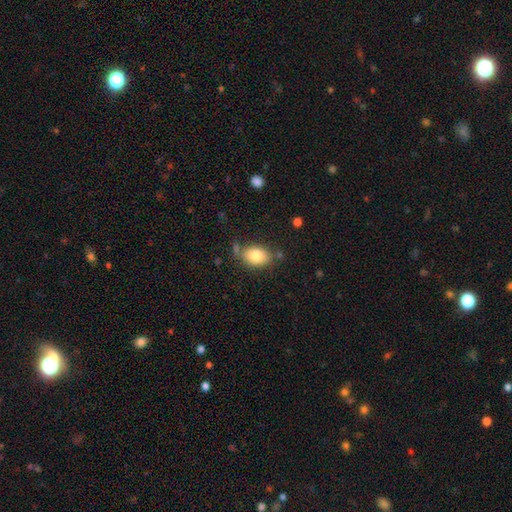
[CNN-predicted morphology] A smooth galaxy with no disk features (81%) that is in between round and cigar-shaped (78%).

Vote fractions:
- Smooth or featured? smooth: 81% / featured or disk: 11% / star or artifact: 8%
- How rounded? in between: 78% / round: 21% / cigar-shaped: 1%
- Merging? none: 69% / minor disturbance: 18% / merger: 8% / major disturbance: 6%